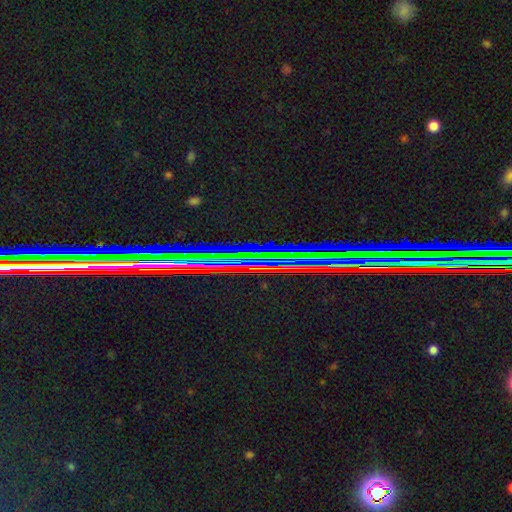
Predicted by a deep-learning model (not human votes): This is likely a star or artifact rather than a galaxy (78%).